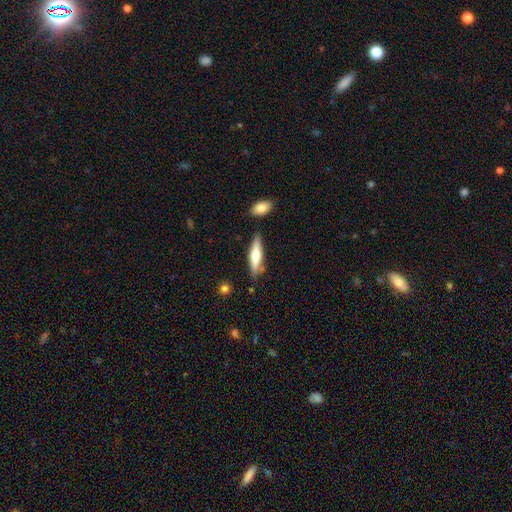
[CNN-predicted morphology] Q: Smooth or featured?
A: smooth (58%); runner-up: featured or disk (37%)
Q: How rounded?
A: cigar-shaped (75%); runner-up: in between (24%)
Q: Merging?
A: none (77%); runner-up: minor disturbance (14%)